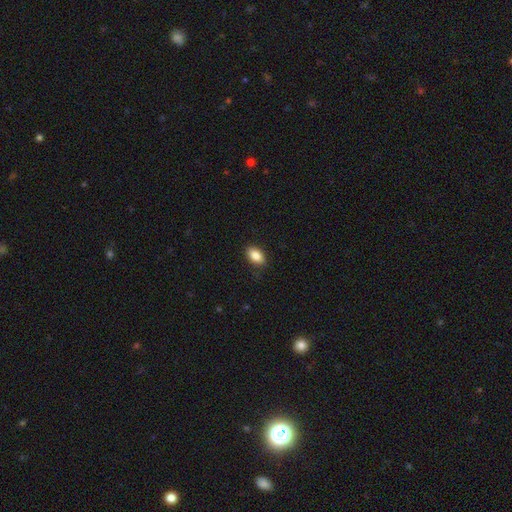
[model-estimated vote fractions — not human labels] The model was most divided on "merging": none: 86%, minor disturbance: 11%, major disturbance: 2%, merger: 1%. More confident: how rounded — in between (91%); smooth or featured — smooth (86%).